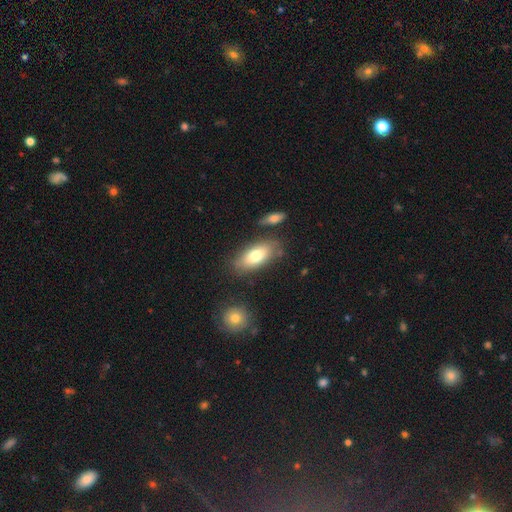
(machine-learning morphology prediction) Q: Smooth or featured?
A: smooth (74%); runner-up: featured or disk (19%)
Q: How rounded?
A: in between (87%); runner-up: cigar-shaped (10%)
Q: Merging?
A: none (75%); runner-up: minor disturbance (14%)